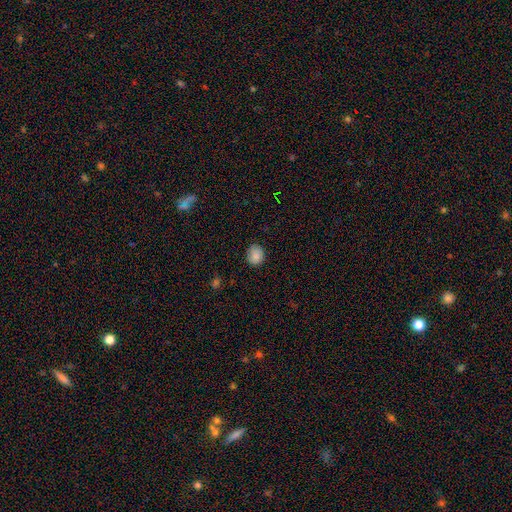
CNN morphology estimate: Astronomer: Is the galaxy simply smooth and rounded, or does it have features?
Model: smooth — 85%.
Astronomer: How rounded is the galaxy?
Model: round — 73%.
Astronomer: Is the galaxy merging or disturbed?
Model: none — 83%.